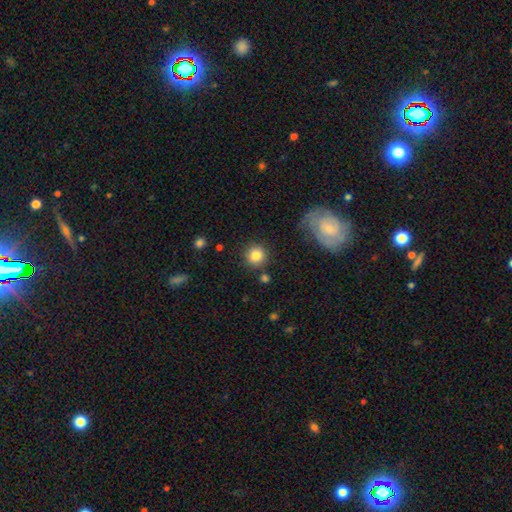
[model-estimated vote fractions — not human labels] Smooth or featured: smooth — 84% (star or artifact — 9%)
How rounded: round — 93% (in between — 6%)
Merging: none — 86% (minor disturbance — 7%)